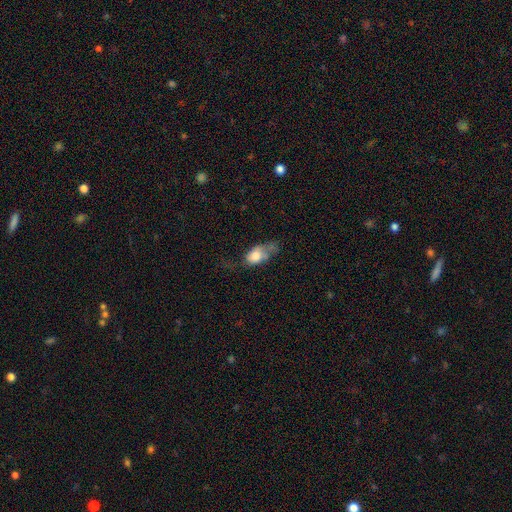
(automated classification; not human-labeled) This appears to be a smooth galaxy with no disk features (67%) that is in between round and cigar-shaped (81%). Merging: major disturbance (42%).